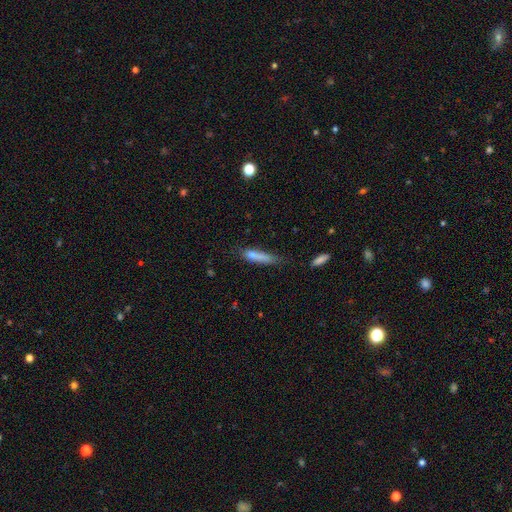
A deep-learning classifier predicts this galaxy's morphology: Smooth or featured? Predicted: smooth (p=0.73). How rounded? Predicted: cigar-shaped (p=0.81). Merging? Predicted: none (p=0.47).